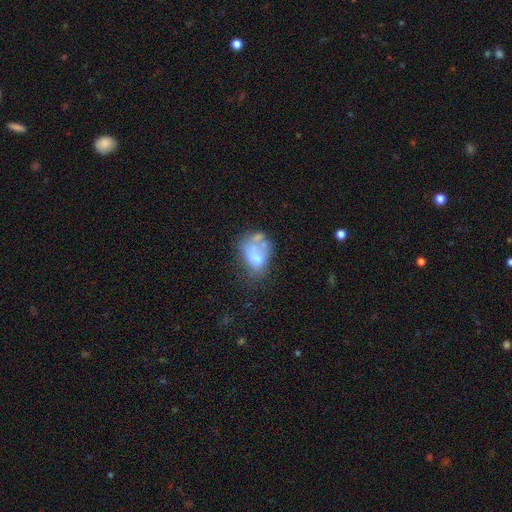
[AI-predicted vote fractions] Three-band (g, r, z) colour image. It shows a smooth galaxy with no disk features (55%) that is in between round and cigar-shaped (70%). Merging: merger (27%).